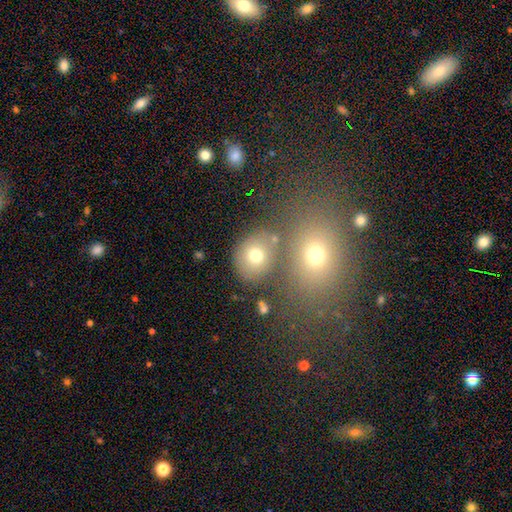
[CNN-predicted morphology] Smooth or featured? smooth (71%)
How rounded? round (66%)
Merging? none (61%)